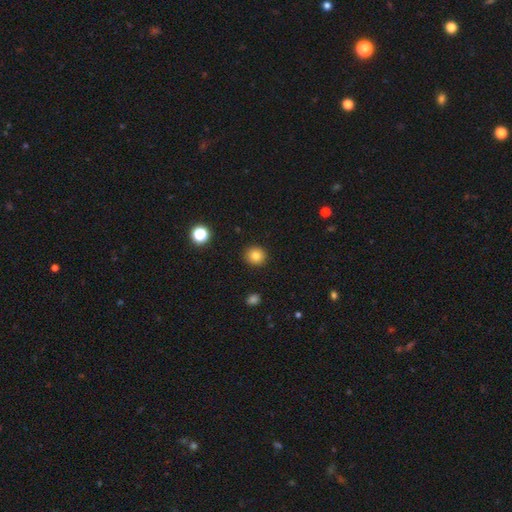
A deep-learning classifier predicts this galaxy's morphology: A smooth galaxy with no disk features (82%) that is round (91%).

Vote fractions:
- Smooth or featured? smooth: 82% / star or artifact: 12% / featured or disk: 7%
- How rounded? round: 91% / in between: 8% / cigar-shaped: 1%
- Merging? none: 92% / minor disturbance: 5% / major disturbance: 2% / merger: 1%